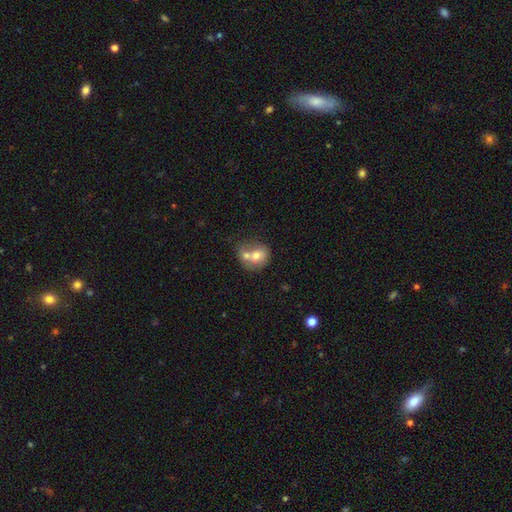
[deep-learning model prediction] Smooth or featured?
  - smooth: 65% *
  - featured or disk: 26%
  - star or artifact: 9%
How rounded?
  - round: 64% *
  - in between: 35%
  - cigar-shaped: 1%
Merging?
  - merger: 65% *
  - none: 23%
  - minor disturbance: 8%
  - major disturbance: 4%